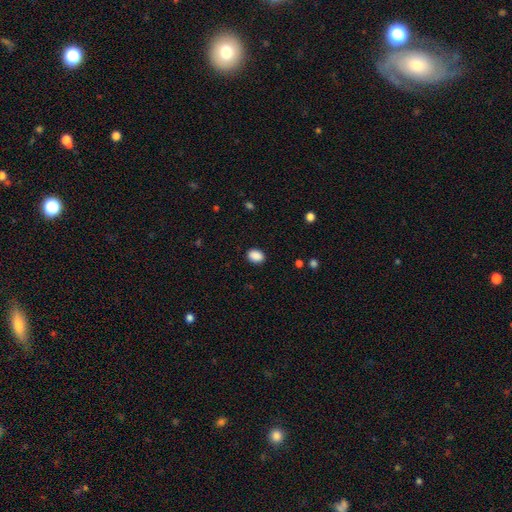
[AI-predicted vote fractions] A smooth galaxy with no disk features (90%) that is in between round and cigar-shaped (76%). Merging: none (89%).